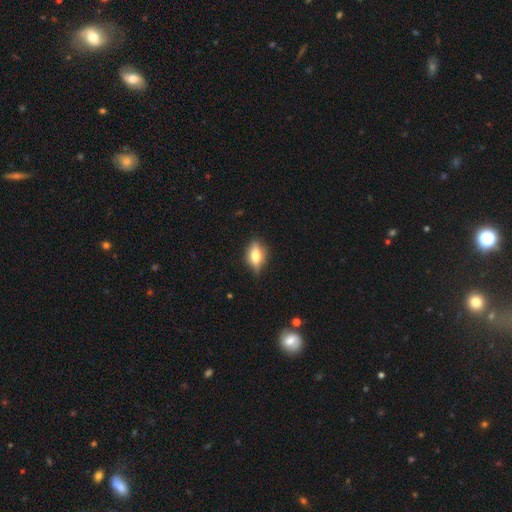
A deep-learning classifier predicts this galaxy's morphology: Smooth or featured: smooth — 51% (featured or disk — 40%)
How rounded: in between — 75% (cigar-shaped — 15%)
Merging: none — 80% (minor disturbance — 15%)